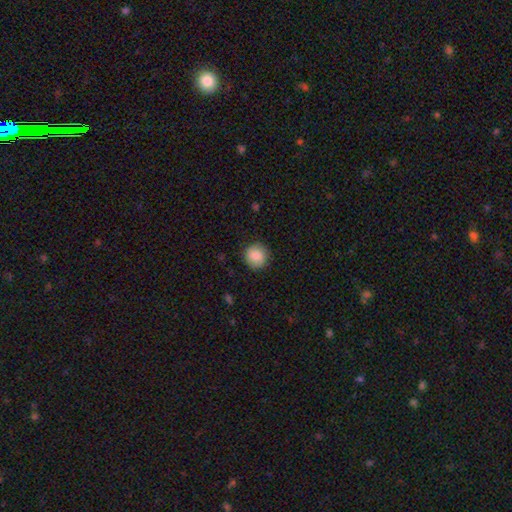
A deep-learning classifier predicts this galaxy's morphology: Overall: smooth (84%). How rounded: round (93%). Merging: none (88%).